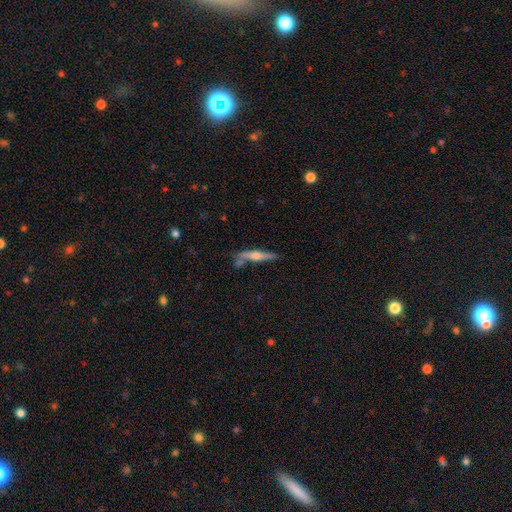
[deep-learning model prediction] Overall: featured or disk (64%; smooth 30%). Edge-on disk: yes (95%). Edge-on bulge: rounded (88%). Merging: none (67%).